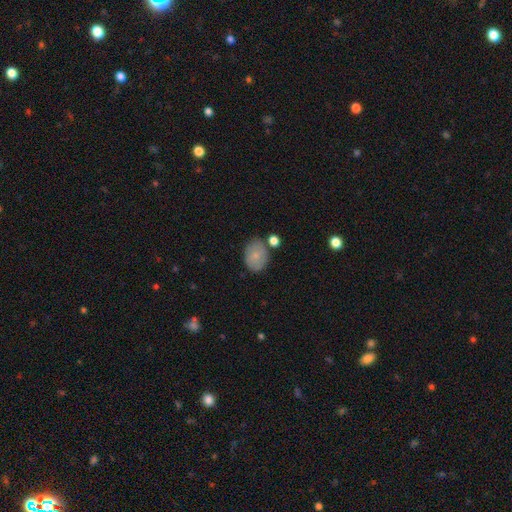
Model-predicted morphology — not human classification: Overall: smooth (76%). How rounded: in between (68%; round 31%). Merging: none (70%).